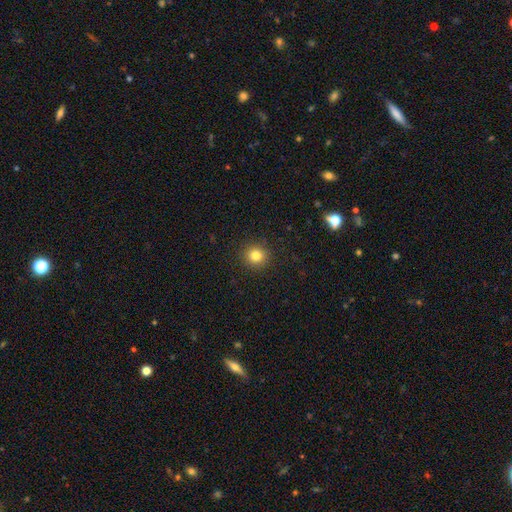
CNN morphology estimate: Smooth or featured: smooth — 82% (star or artifact — 12%)
How rounded: round — 91% (in between — 8%)
Merging: none — 91% (minor disturbance — 6%)